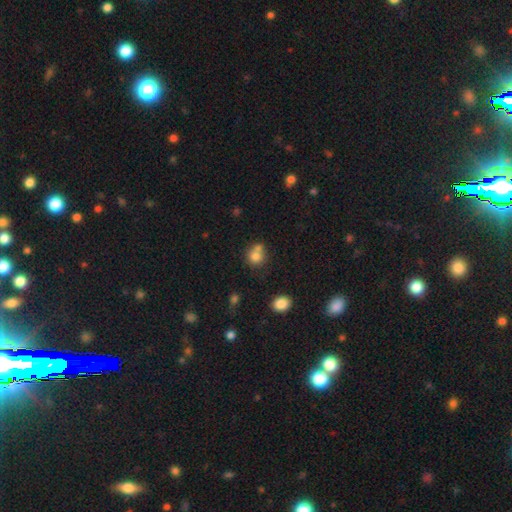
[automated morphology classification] A smooth galaxy with no disk features (77%) that is round (82%).

Vote fractions:
- Smooth or featured? smooth: 77% / star or artifact: 12% / featured or disk: 12%
- How rounded? round: 82% / in between: 17% / cigar-shaped: 1%
- Merging? none: 45% / merger: 42% / minor disturbance: 10% / major disturbance: 4%